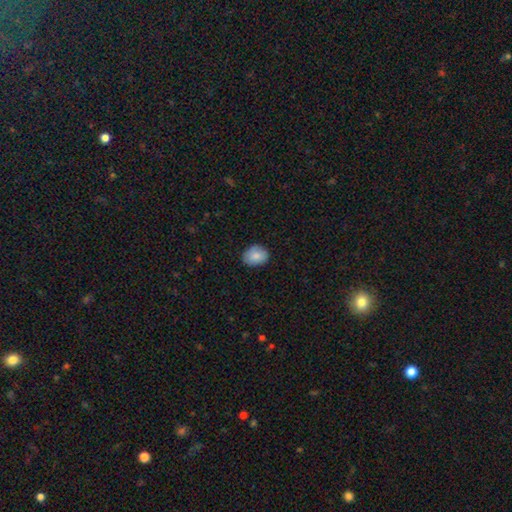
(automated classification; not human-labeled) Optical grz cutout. It shows a smooth galaxy with no disk features (84%) that is in between round and cigar-shaped (58%). Merging: none (82%).